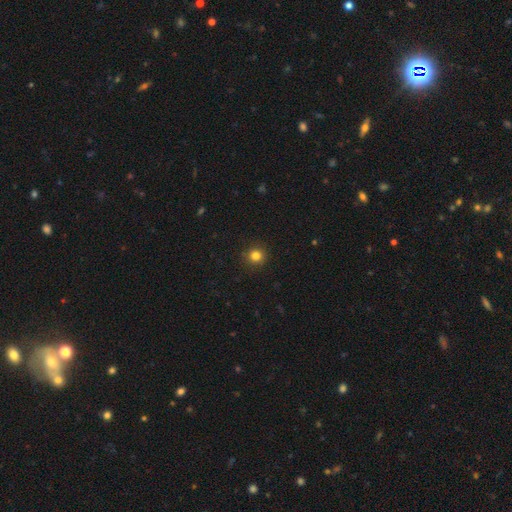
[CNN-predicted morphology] A smooth galaxy with no disk features (82%) that is round (93%). Merging: none (92%).